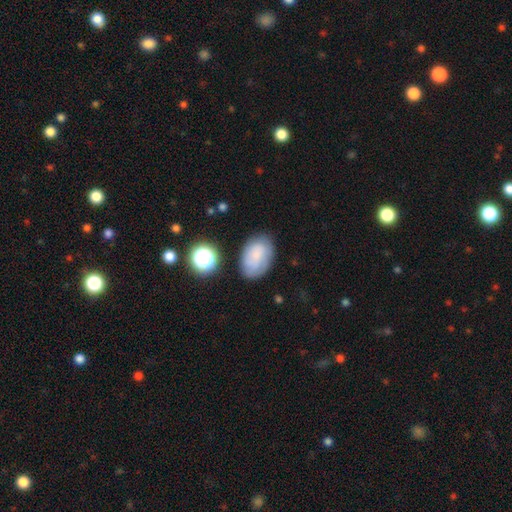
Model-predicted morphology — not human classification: Q: Smooth or featured?
A: smooth (66%); runner-up: featured or disk (24%)
Q: How rounded?
A: in between (86%); runner-up: round (12%)
Q: Merging?
A: none (70%); runner-up: minor disturbance (20%)